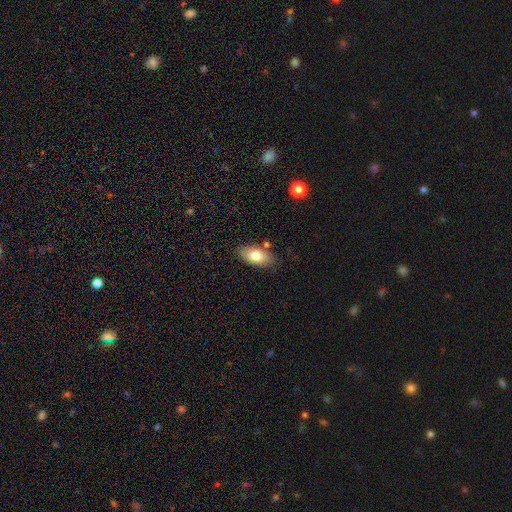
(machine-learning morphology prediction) Smooth or featured?
  - smooth: 79% *
  - featured or disk: 14%
  - star or artifact: 7%
How rounded?
  - in between: 91% *
  - round: 4%
  - cigar-shaped: 4%
Merging?
  - none: 78% *
  - minor disturbance: 15%
  - merger: 5%
  - major disturbance: 3%